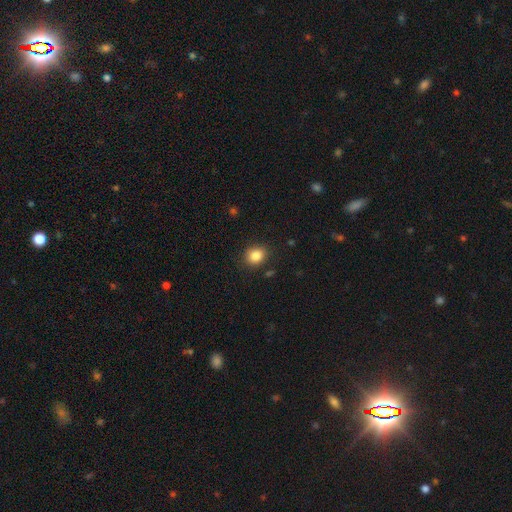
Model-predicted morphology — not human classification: The model was most divided on "how rounded": round: 63%, in between: 36%, cigar-shaped: 1%. More confident: merging — none (86%); smooth or featured — smooth (85%).